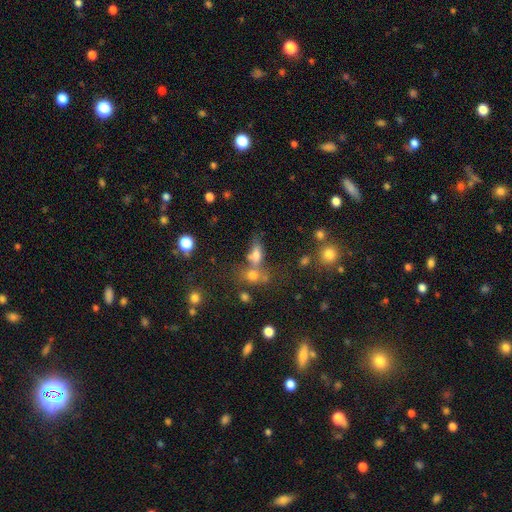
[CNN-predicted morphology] Smooth or featured? Predicted: smooth (p=0.64). How rounded? Predicted: in between (p=0.67). Merging? Predicted: merger (p=0.44).